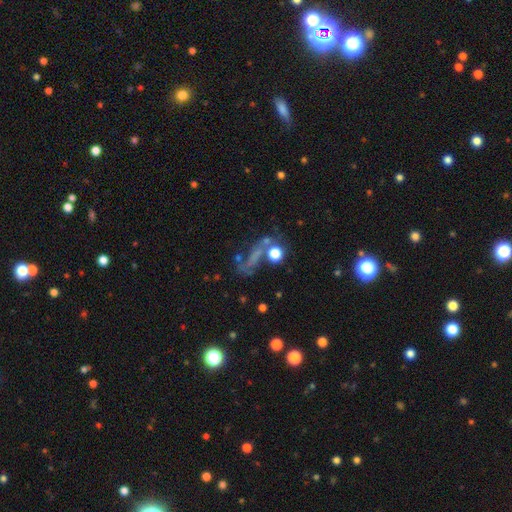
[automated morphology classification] A smooth galaxy with no disk features (35%).

Vote fractions:
- Smooth or featured? smooth: 35% / featured or disk: 33% / star or artifact: 32%
- Merging? none: 42% / major disturbance: 26% / merger: 17% / minor disturbance: 15%